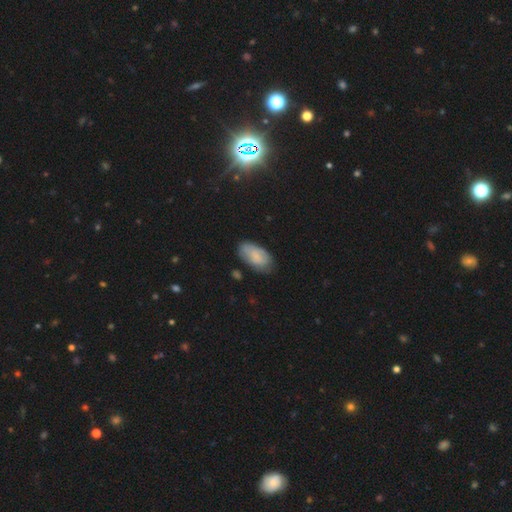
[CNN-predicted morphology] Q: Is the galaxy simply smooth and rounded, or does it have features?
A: smooth — 75%.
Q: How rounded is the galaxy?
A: in between — 94%.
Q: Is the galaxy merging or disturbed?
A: none — 68%.